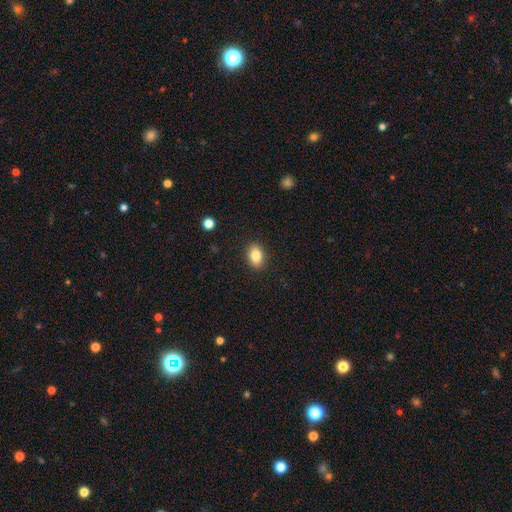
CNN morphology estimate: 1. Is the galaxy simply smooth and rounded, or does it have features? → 85% smooth, 9% star or artifact, 7% featured or disk.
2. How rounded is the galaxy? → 83% in between, 16% round, 1% cigar-shaped.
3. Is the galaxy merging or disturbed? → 89% none, 8% minor disturbance, 2% major disturbance, 1% merger.